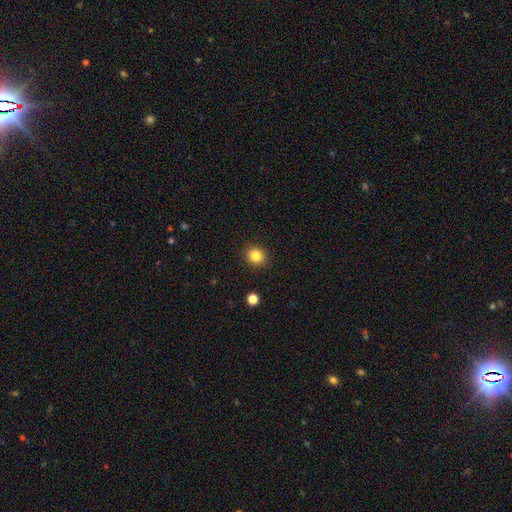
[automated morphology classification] Smooth or featured?
  - smooth: 83% *
  - star or artifact: 11%
  - featured or disk: 5%
How rounded?
  - round: 81% *
  - in between: 18%
  - cigar-shaped: 1%
Merging?
  - none: 91% *
  - minor disturbance: 6%
  - major disturbance: 2%
  - merger: 1%